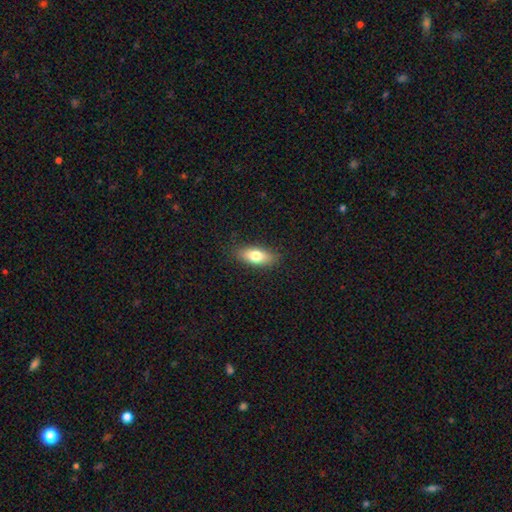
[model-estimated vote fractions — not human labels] A smooth galaxy with no disk features (75%) that is in between round and cigar-shaped (77%).

Vote fractions:
- Smooth or featured? smooth: 75% / featured or disk: 18% / star or artifact: 7%
- How rounded? in between: 77% / cigar-shaped: 19% / round: 4%
- Merging? none: 86% / minor disturbance: 10% / major disturbance: 2% / merger: 1%